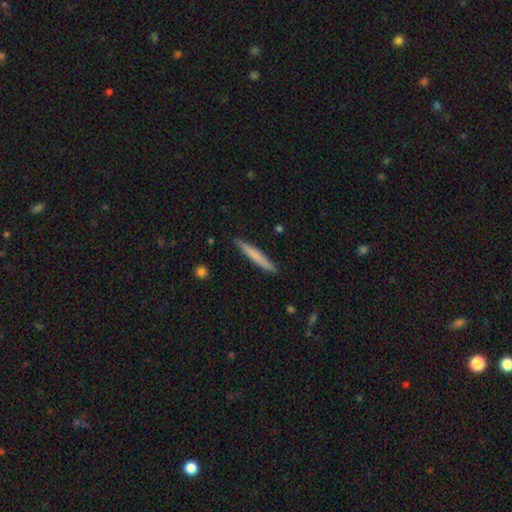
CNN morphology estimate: This is likely a smooth galaxy (68%). How rounded: clearly cigar-shaped (96%). Merging: clearly none (90%).